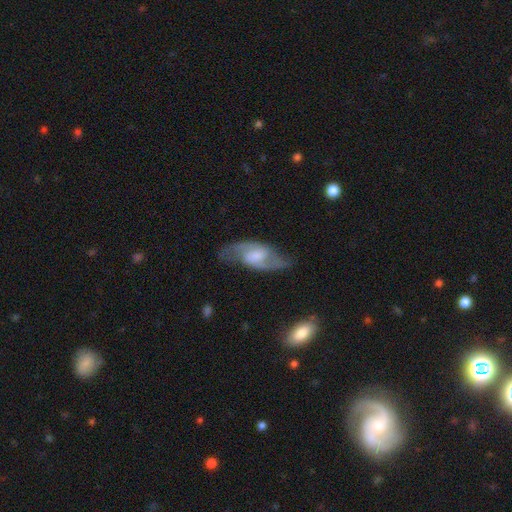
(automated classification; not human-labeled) This is likely a featured or disk galaxy (78%). It is clearly not viewed edge-on (94%). Bar: possibly weak (52%). Spiral arm pattern: clearly yes (93%). Spiral arm count: clearly 2 (91%). Spiral winding: possibly medium (48%). Central bulge: marginally moderate (35%). Merging: likely none (74%).